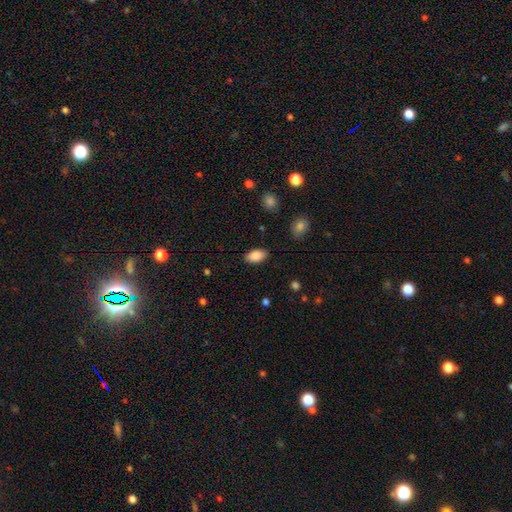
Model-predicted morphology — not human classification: This is clearly a smooth galaxy (86%). How rounded: clearly in between (94%). Merging: clearly none (86%).